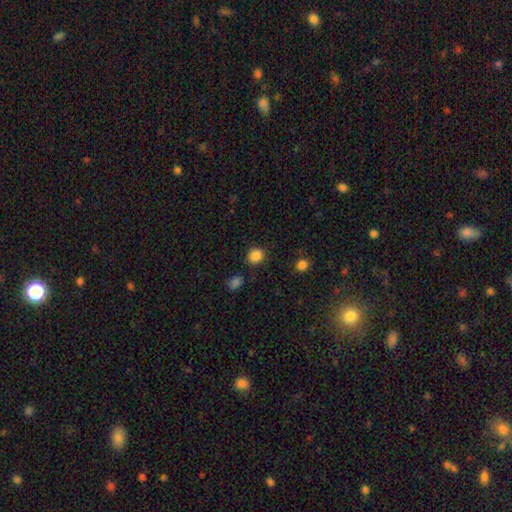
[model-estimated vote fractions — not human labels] A smooth galaxy with no disk features (86%) that is round (73%). Merging: none (85%).